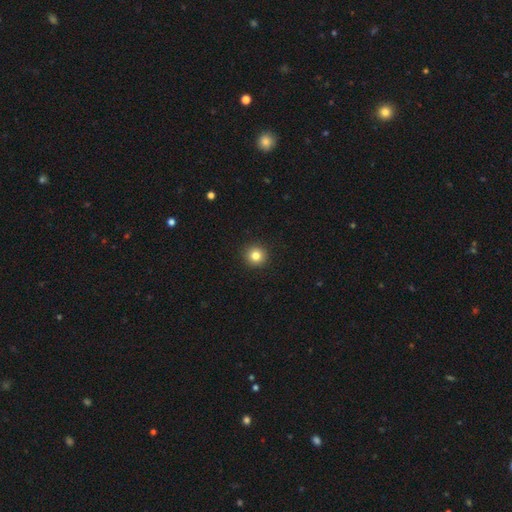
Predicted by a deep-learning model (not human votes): Smooth or featured? Predicted: smooth (p=0.83). How rounded? Predicted: round (p=0.95). Merging? Predicted: none (p=0.93).